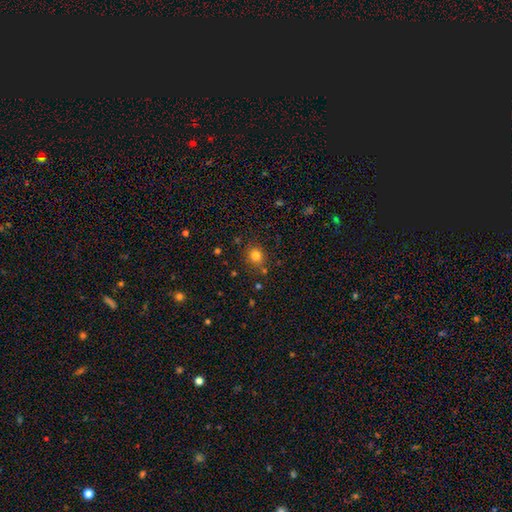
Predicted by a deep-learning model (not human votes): smooth-or-featured: smooth: 80% | star or artifact: 14% | featured or disk: 6%
  how-rounded: round: 84% | in between: 16% | cigar-shaped: 1%
  merging: none: 82% | minor disturbance: 10% | merger: 5% | major disturbance: 3%